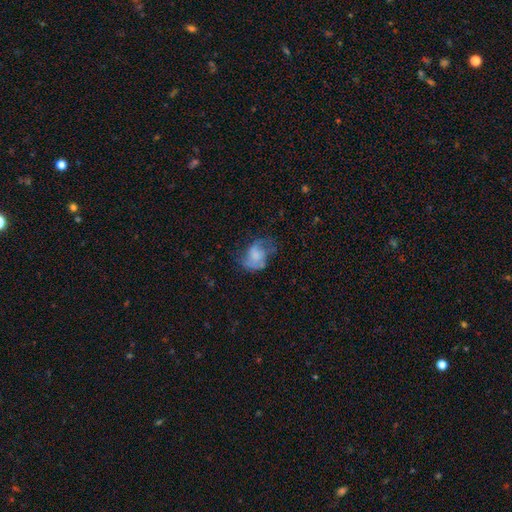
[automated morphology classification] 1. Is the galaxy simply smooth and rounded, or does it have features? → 50% smooth, 40% featured or disk, 10% star or artifact.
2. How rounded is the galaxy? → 61% in between, 38% round, 1% cigar-shaped.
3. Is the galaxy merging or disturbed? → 36% none, 33% major disturbance, 28% minor disturbance, 3% merger.